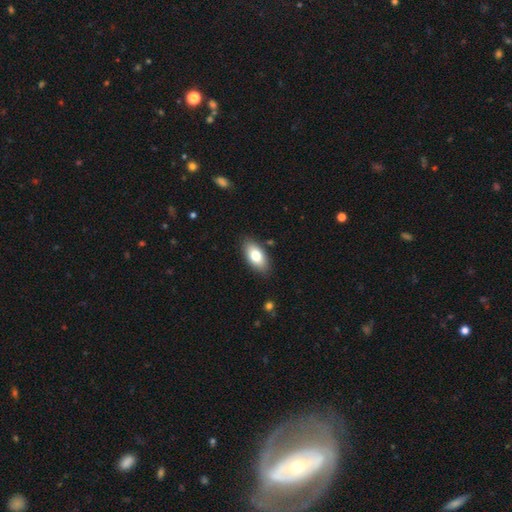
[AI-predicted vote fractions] Smooth or featured? Predicted: smooth (p=0.77). How rounded? Predicted: in between (p=0.92). Merging? Predicted: none (p=0.86).